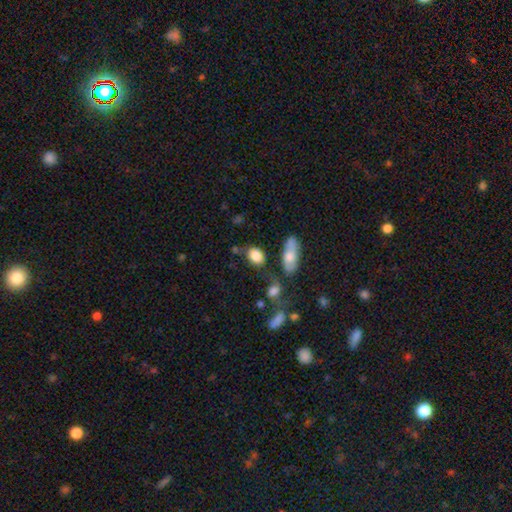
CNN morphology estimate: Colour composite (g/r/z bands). It shows a smooth galaxy with no disk features (84%) that is in between round and cigar-shaped (71%). Merging: none (63%).